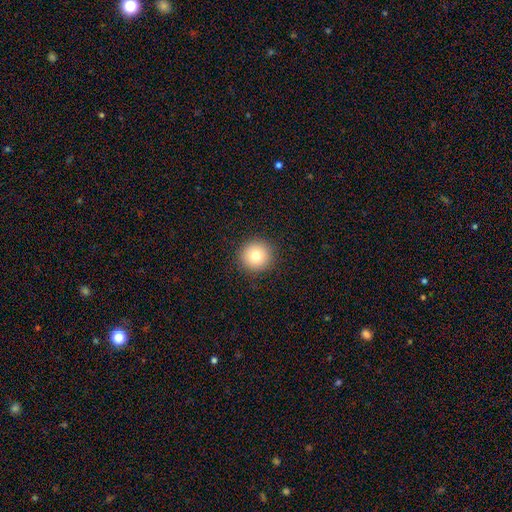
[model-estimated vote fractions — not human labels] Q: Smooth or featured?
A: smooth (78%); runner-up: star or artifact (11%)
Q: How rounded?
A: round (95%); runner-up: in between (4%)
Q: Merging?
A: none (92%); runner-up: minor disturbance (6%)